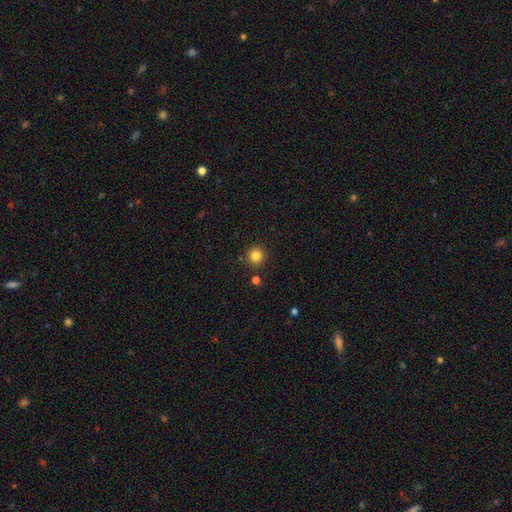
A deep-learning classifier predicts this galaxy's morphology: Smooth or featured?
  - smooth: 83% *
  - star or artifact: 12%
  - featured or disk: 5%
How rounded?
  - round: 95% *
  - in between: 4%
  - cigar-shaped: 1%
Merging?
  - none: 90% *
  - minor disturbance: 5%
  - merger: 3%
  - major disturbance: 2%